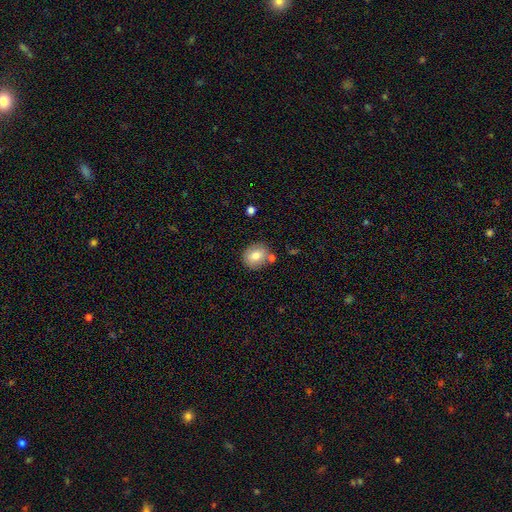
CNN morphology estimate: A smooth galaxy with no disk features (78%) that is round (65%). Merging: none (76%).